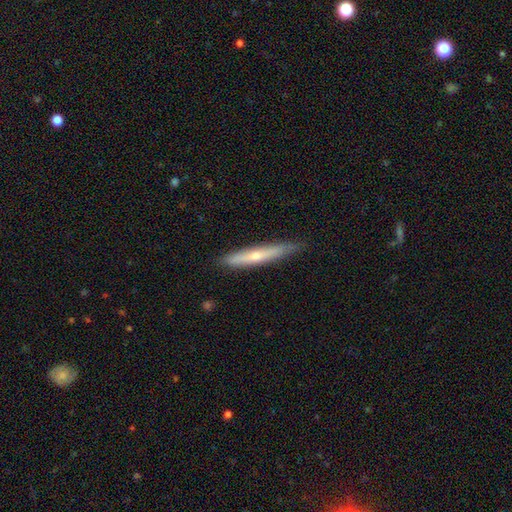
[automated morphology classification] The model was most divided on "smooth or featured": featured or disk: 48%, smooth: 46%, star or artifact: 6%. More confident: merging — none (82%).